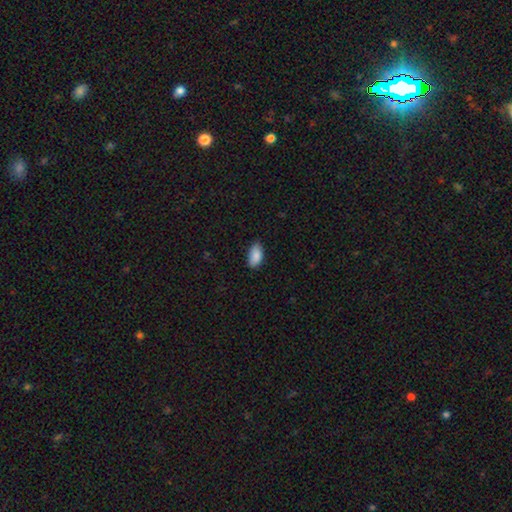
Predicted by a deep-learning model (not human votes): Smooth or featured? smooth (89%)
How rounded? in between (94%)
Merging? none (81%)